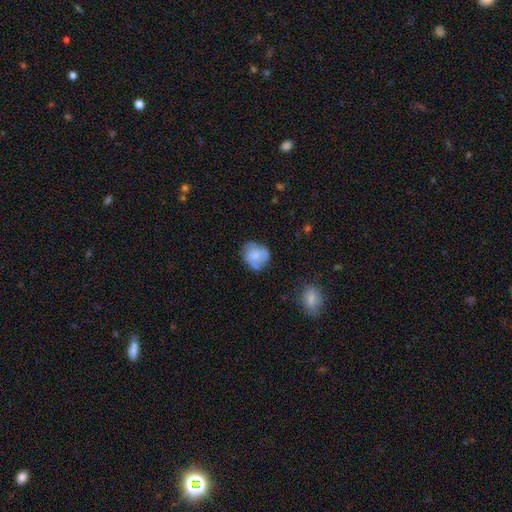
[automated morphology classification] smooth-or-featured: smooth: 61% | featured or disk: 31% | star or artifact: 8%
  how-rounded: round: 71% | in between: 28% | cigar-shaped: 1%
  merging: none: 58% | minor disturbance: 28% | major disturbance: 10% | merger: 4%